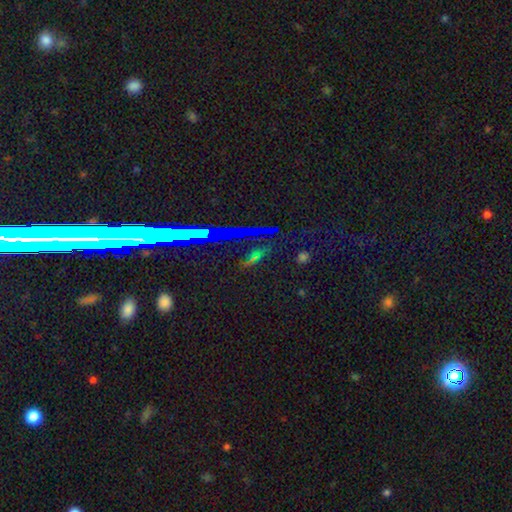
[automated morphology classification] This appears to be a star or artifact, not a galaxy (57%).